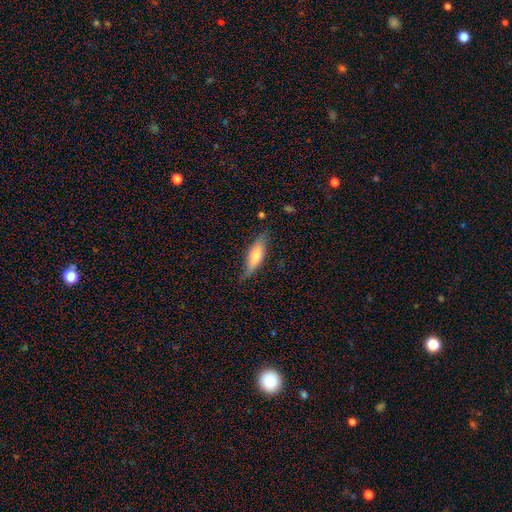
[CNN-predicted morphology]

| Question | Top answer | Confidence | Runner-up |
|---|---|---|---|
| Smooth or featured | smooth | 62% | featured or disk (32%) |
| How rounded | cigar-shaped | 51% | in between (47%) |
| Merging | none | 71% | minor disturbance (23%) |